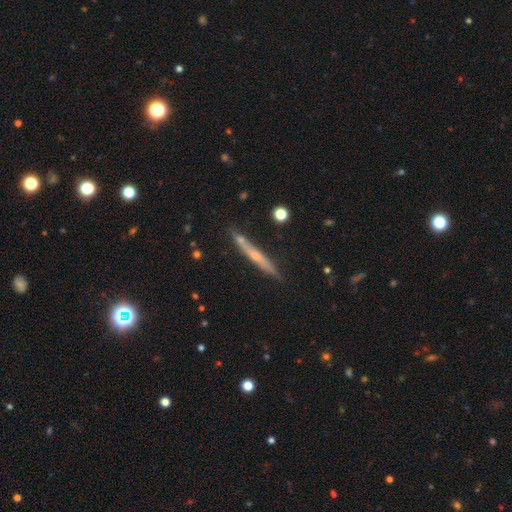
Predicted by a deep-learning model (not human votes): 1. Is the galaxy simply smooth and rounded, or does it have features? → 60% featured or disk, 33% smooth, 7% star or artifact.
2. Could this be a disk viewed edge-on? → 94% yes, 6% no.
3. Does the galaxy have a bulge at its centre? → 59% rounded, 37% none, 4% boxy.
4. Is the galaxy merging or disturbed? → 80% none, 13% minor disturbance, 5% merger, 2% major disturbance.